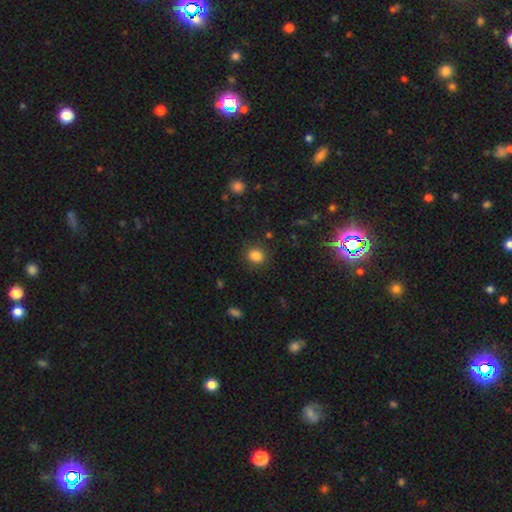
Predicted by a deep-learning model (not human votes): Smooth or featured: smooth — 83% (star or artifact — 12%)
How rounded: round — 79% (in between — 20%)
Merging: none — 88% (minor disturbance — 8%)